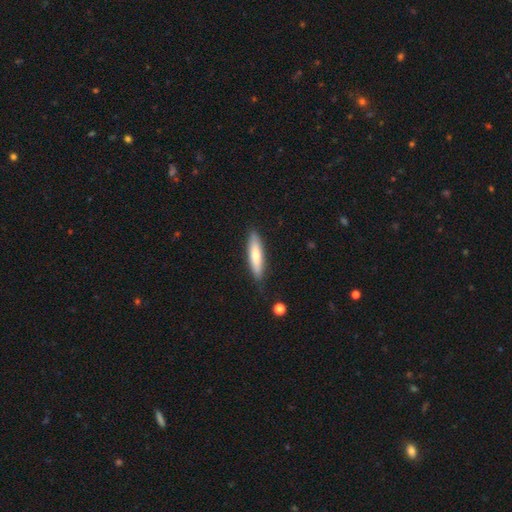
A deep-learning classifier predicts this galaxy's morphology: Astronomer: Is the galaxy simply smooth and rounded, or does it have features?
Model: smooth — 70%.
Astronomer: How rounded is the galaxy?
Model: cigar-shaped — 75%.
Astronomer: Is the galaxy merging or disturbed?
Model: none — 84%.